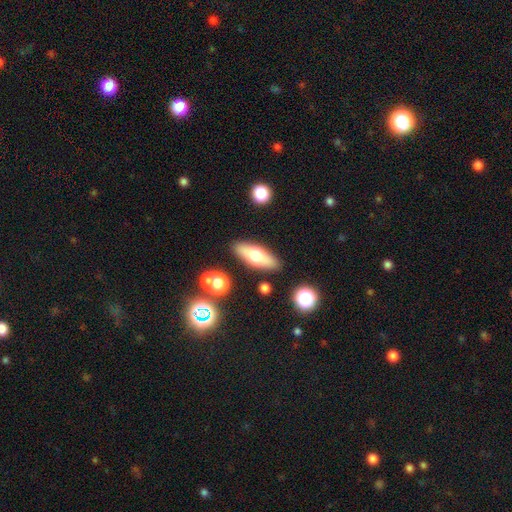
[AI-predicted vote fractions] smooth-or-featured: smooth: 58% | featured or disk: 35% | star or artifact: 7%
  how-rounded: in between: 60% | cigar-shaped: 37% | round: 3%
  merging: none: 85% | minor disturbance: 9% | merger: 3% | major disturbance: 2%